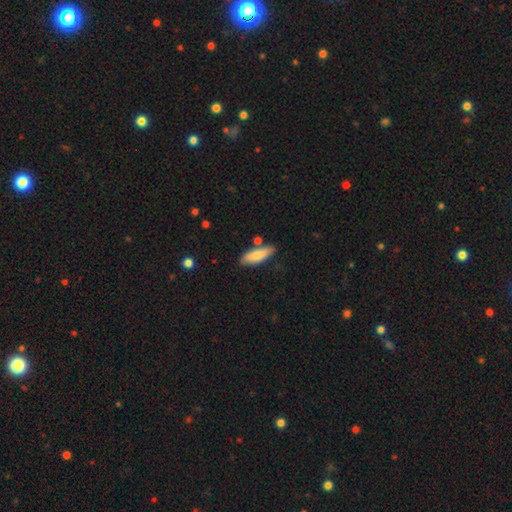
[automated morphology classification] This is likely a smooth galaxy (79%). How rounded: possibly in between (58%). Merging: likely none (78%).